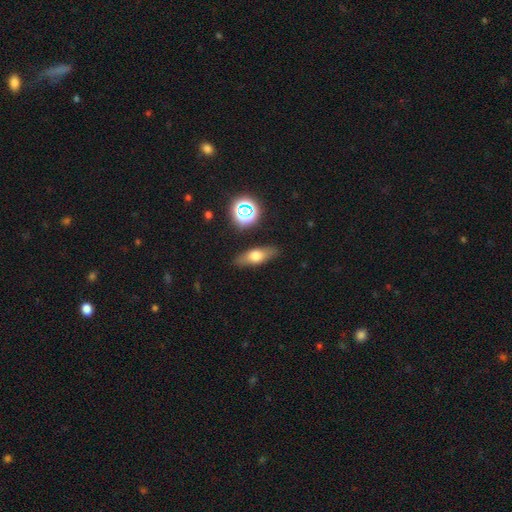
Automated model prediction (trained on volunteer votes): A smooth galaxy with no disk features (61%) that is in between round and cigar-shaped (60%).

Vote fractions:
- Smooth or featured? smooth: 61% / featured or disk: 28% / star or artifact: 11%
- How rounded? in between: 60% / cigar-shaped: 33% / round: 7%
- Merging? none: 85% / minor disturbance: 10% / major disturbance: 3% / merger: 2%